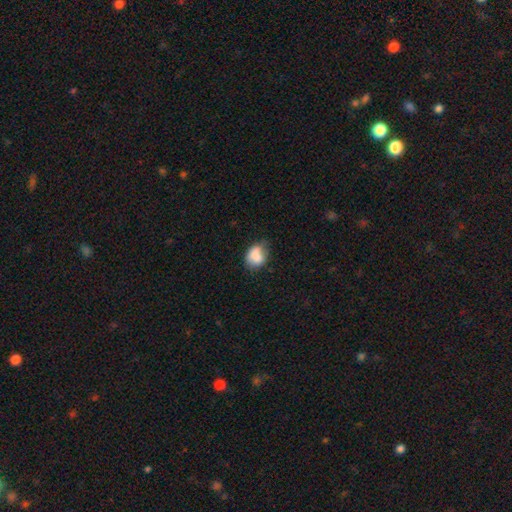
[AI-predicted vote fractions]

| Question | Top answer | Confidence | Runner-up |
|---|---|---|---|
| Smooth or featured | smooth | 78% | featured or disk (13%) |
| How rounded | in between | 60% | round (39%) |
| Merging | none | 47% | minor disturbance (36%) |